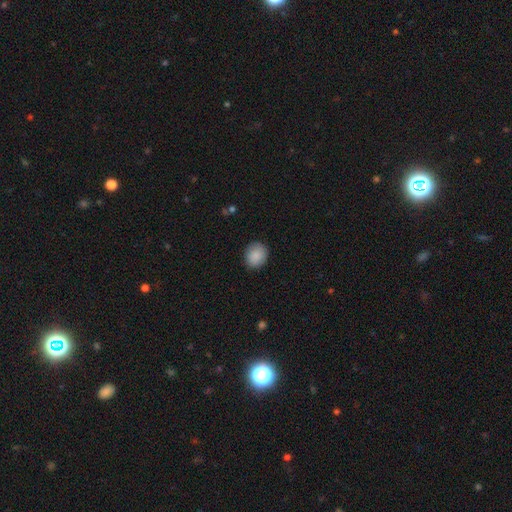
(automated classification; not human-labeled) Smooth or featured?
  - smooth: 89% *
  - star or artifact: 7%
  - featured or disk: 4%
How rounded?
  - round: 72% *
  - in between: 27%
  - cigar-shaped: 1%
Merging?
  - none: 87% *
  - minor disturbance: 9%
  - major disturbance: 2%
  - merger: 1%